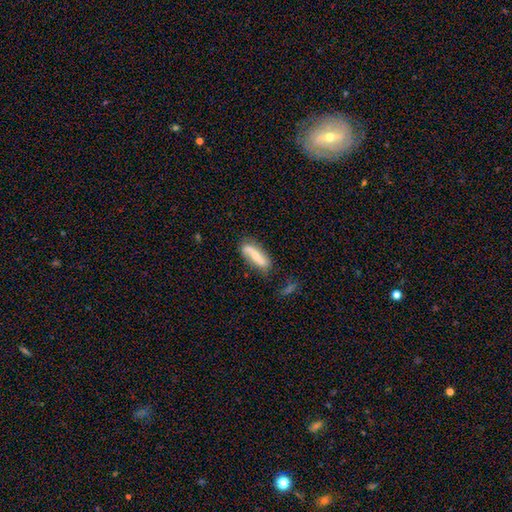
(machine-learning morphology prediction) type=featured or disk (48%); merging=none (63%).